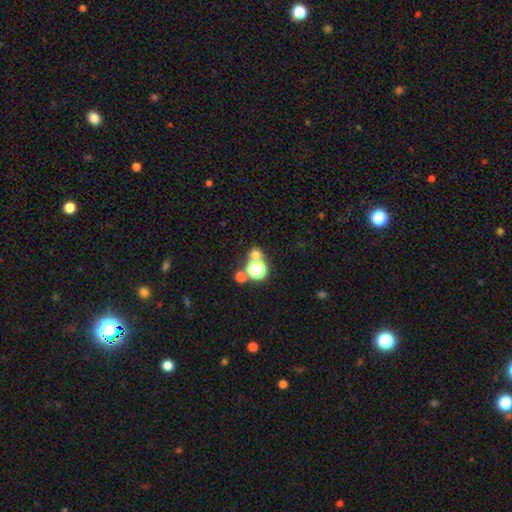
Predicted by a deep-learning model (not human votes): Morphology: type=smooth (64%); roundness=round (85%); merging=none (61%).